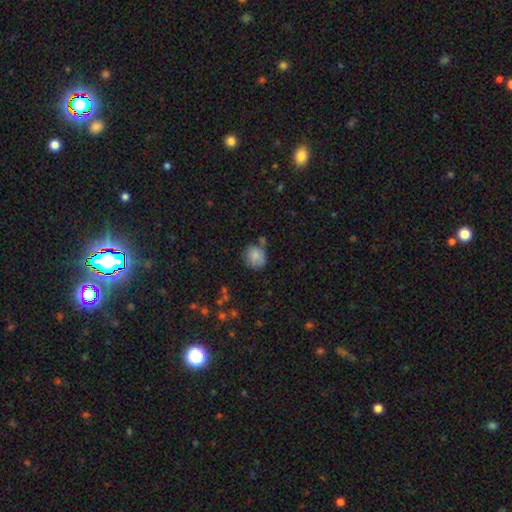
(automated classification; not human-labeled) A smooth galaxy with no disk features (80%) that is round (77%).

Vote fractions:
- Smooth or featured? smooth: 80% / featured or disk: 11% / star or artifact: 9%
- How rounded? round: 77% / in between: 22% / cigar-shaped: 1%
- Merging? none: 58% / minor disturbance: 25% / merger: 10% / major disturbance: 8%